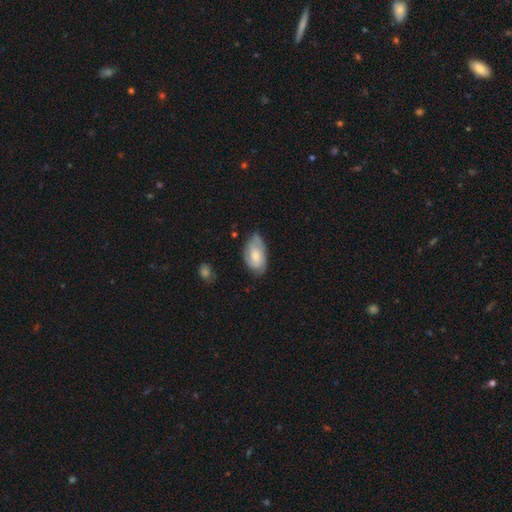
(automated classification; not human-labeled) Smooth or featured? Predicted: featured or disk (p=0.47). Merging? Predicted: none (p=0.62).